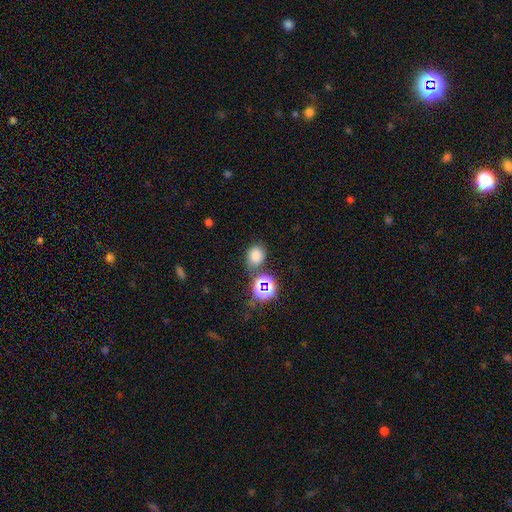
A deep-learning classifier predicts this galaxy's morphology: Smooth or featured? Predicted: smooth (p=0.72). How rounded? Predicted: round (p=0.52). Merging? Predicted: none (p=0.71).